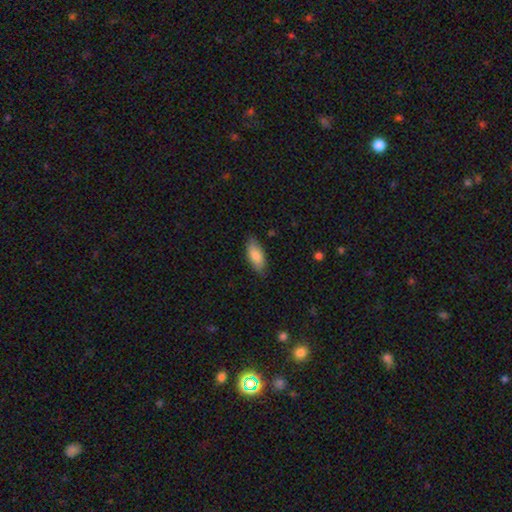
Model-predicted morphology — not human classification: smooth 83%, featured or disk 11%, star or artifact 6%. Down the decision tree: how rounded — in between (83%); merging — none (82%).